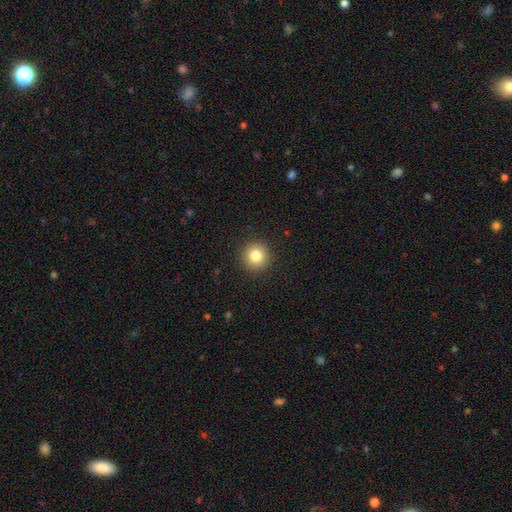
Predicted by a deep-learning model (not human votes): Overall: smooth (82%). How rounded: round (95%). Merging: none (92%).